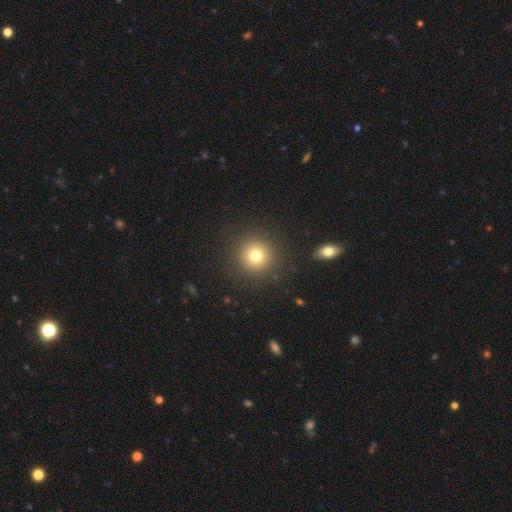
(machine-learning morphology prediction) smooth 76%, star or artifact 14%, featured or disk 10%. Down the decision tree: how rounded — round (95%); merging — none (90%).